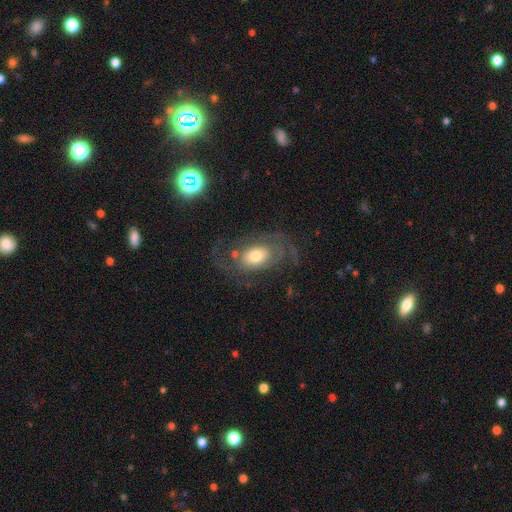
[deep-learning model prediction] The model was most divided on "merging": none: 56%, major disturbance: 23%, minor disturbance: 19%, merger: 3%. More confident: edge-on disk — no (95%); spiral arms — yes (76%); bar — no (76%); smooth or featured — featured or disk (66%); bulge size — moderate (59%).